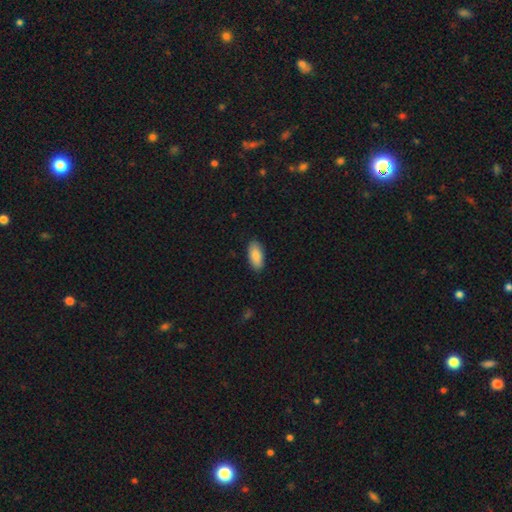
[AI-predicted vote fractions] smooth-or-featured: smooth: 87% | featured or disk: 8% | star or artifact: 6%
  how-rounded: in between: 90% | cigar-shaped: 8% | round: 2%
  merging: none: 88% | minor disturbance: 9% | major disturbance: 2% | merger: 1%